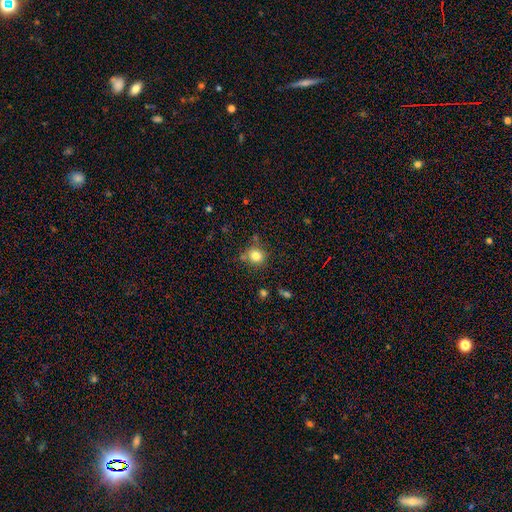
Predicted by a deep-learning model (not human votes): smooth 81%, star or artifact 12%, featured or disk 7%. Down the decision tree: how rounded — round (84%); merging — none (74%).